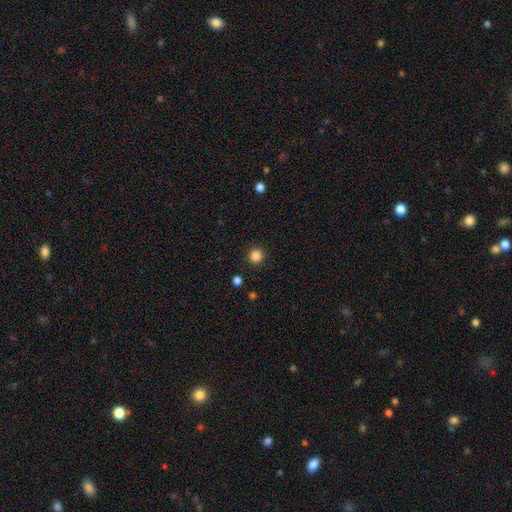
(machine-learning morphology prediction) Smooth or featured: smooth — 86% (star or artifact — 11%)
How rounded: round — 93% (in between — 7%)
Merging: none — 91% (minor disturbance — 6%)